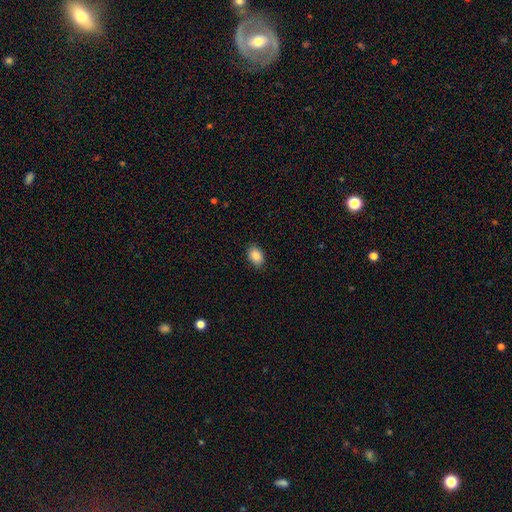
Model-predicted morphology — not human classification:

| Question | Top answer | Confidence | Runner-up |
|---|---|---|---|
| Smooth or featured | smooth | 88% | star or artifact (8%) |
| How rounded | in between | 81% | round (18%) |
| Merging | none | 87% | minor disturbance (10%) |